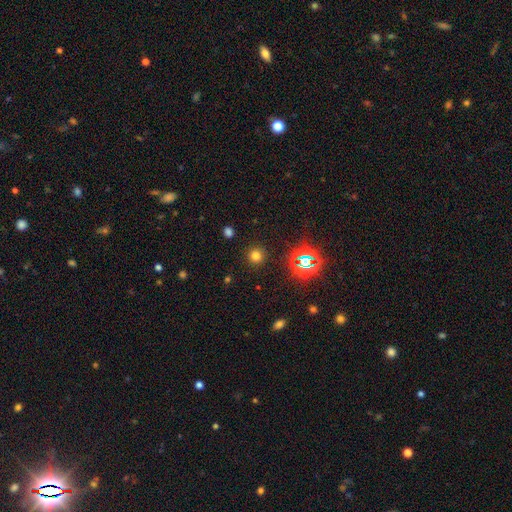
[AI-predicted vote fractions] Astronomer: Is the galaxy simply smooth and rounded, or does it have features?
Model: smooth — 71%.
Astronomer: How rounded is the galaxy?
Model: round — 94%.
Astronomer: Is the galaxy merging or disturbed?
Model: none — 90%.